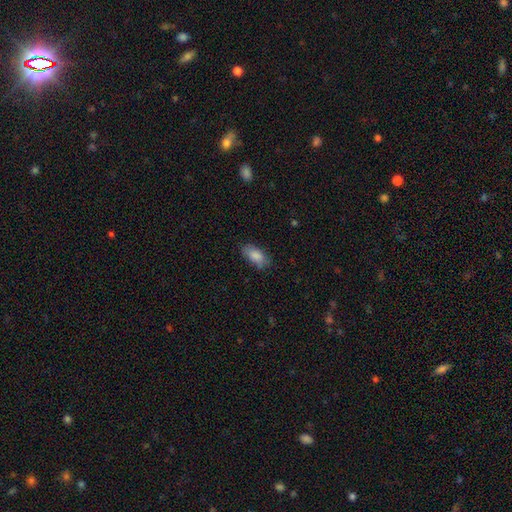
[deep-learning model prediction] Smooth or featured: smooth — 85% (featured or disk — 8%)
How rounded: in between — 90% (cigar-shaped — 7%)
Merging: none — 74% (minor disturbance — 20%)